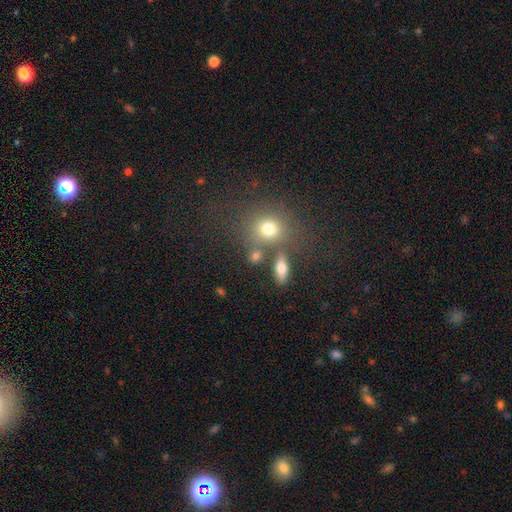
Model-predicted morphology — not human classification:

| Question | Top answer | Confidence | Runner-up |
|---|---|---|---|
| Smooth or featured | smooth | 75% | star or artifact (14%) |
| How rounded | round | 59% | in between (34%) |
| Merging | none | 69% | merger (15%) |